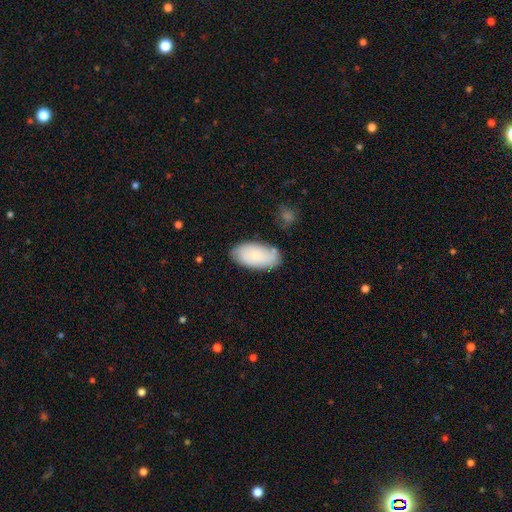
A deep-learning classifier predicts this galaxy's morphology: A smooth galaxy with no disk features (78%) that is in between round and cigar-shaped (95%). Merging: none (76%).